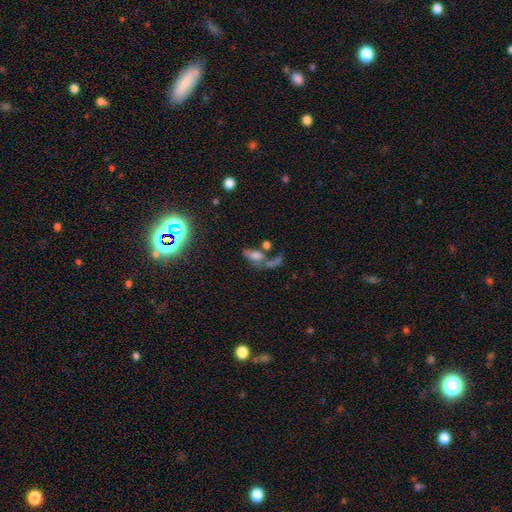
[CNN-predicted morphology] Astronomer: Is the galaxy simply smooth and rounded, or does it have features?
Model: smooth — 59%.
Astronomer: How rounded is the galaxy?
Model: in between — 83%.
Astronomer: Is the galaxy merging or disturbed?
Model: merger — 40% (runner-up: none, 26%).